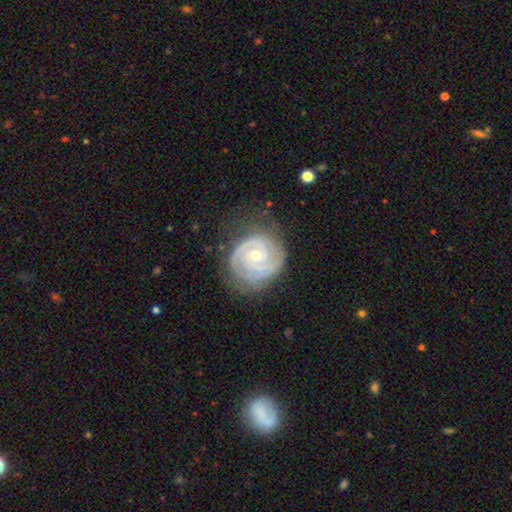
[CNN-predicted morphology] featured or disk 89%, smooth 7%, star or artifact 5%. Down the decision tree: edge-on disk — no (98%); bar — no (70%); spiral arms — yes (97%); spiral arm count — 2 (51%); spiral winding — tight (76%); bulge size — moderate (50%); merging — none (73%).